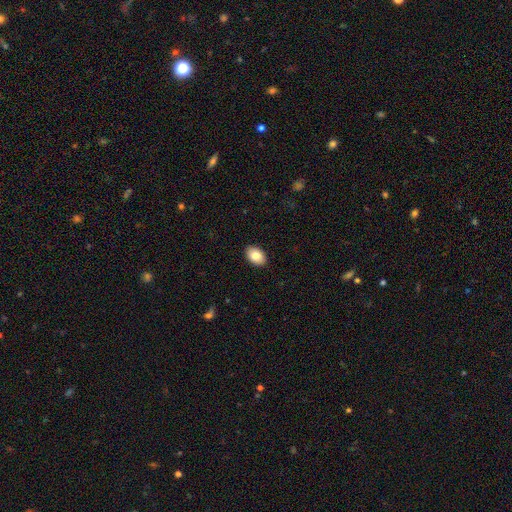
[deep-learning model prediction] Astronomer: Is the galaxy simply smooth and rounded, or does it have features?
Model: smooth — 83%.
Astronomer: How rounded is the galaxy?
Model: in between — 86%.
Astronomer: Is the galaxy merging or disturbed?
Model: none — 91%.